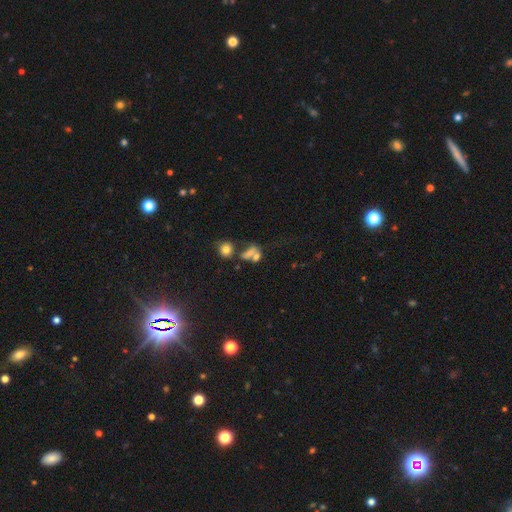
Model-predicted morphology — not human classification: Smooth or featured? Predicted: smooth (p=0.59). How rounded? Predicted: in between (p=0.62). Merging? Predicted: merger (p=0.43).